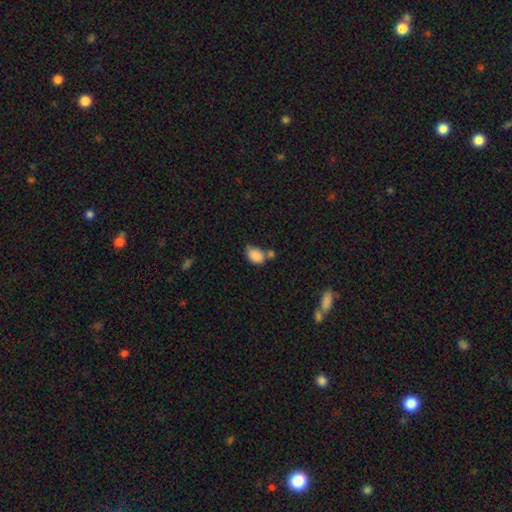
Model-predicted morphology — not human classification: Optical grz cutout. It shows a smooth galaxy with no disk features (86%) that is in between round and cigar-shaped (80%). Merging: none (46%).